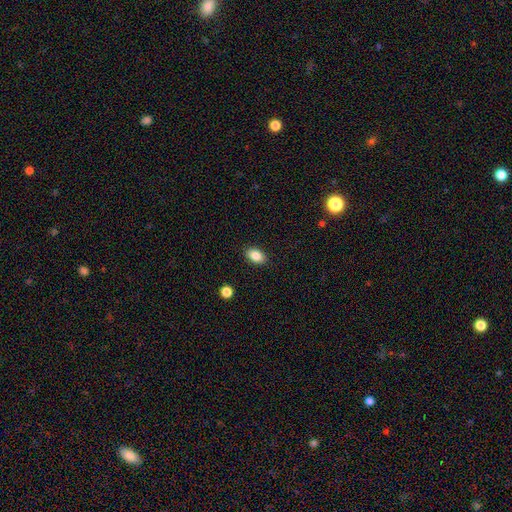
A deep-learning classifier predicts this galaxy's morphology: Smooth or featured? Predicted: smooth (p=0.85). How rounded? Predicted: in between (p=0.87). Merging? Predicted: none (p=0.89).